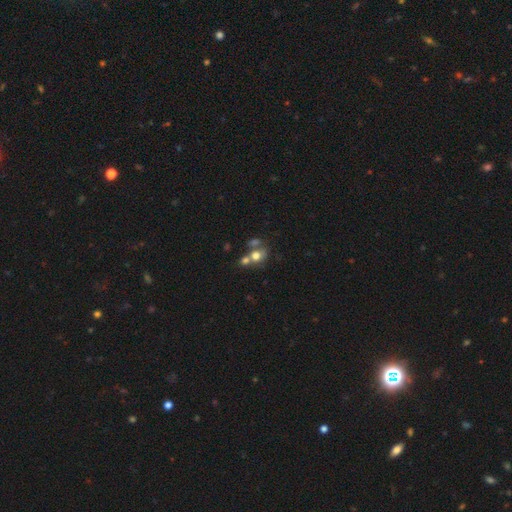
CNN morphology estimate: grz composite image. It shows a smooth galaxy with no disk features (66%) that is round (62%). Merging: merger (50%).